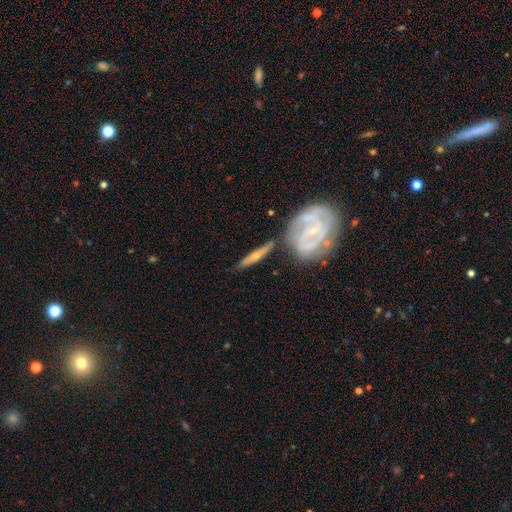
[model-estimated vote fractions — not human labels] smooth_or_featured: featured or disk (p=0.62) [alt: smooth p=0.32]
disk_edge_on: yes (p=0.69) [alt: no p=0.31]
merging: none (p=0.69) [alt: minor disturbance p=0.15]